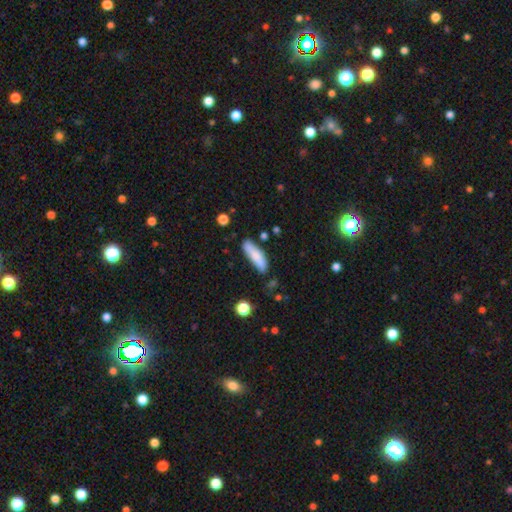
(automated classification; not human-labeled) Smooth or featured? smooth (79%)
How rounded? cigar-shaped (53%)
Merging? none (71%)